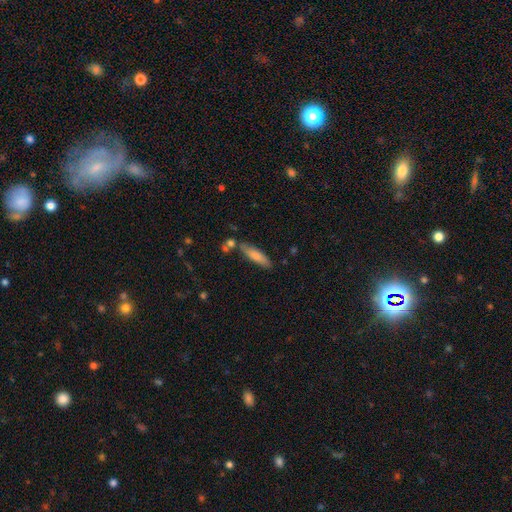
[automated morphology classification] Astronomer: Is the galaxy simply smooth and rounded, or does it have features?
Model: smooth — 77%.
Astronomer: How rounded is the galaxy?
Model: cigar-shaped — 71%.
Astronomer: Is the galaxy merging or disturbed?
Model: none — 73%.